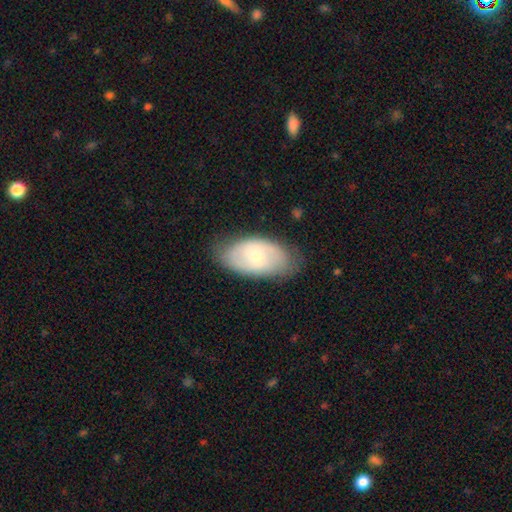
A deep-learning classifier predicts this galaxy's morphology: type=smooth (50%); roundness=in between (93%); merging=none (75%).